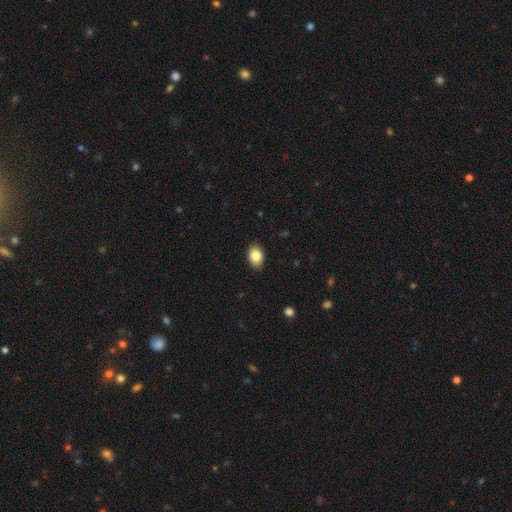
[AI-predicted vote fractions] This appears to be a smooth galaxy with no disk features (85%) that is in between round and cigar-shaped (82%). Merging: none (87%).